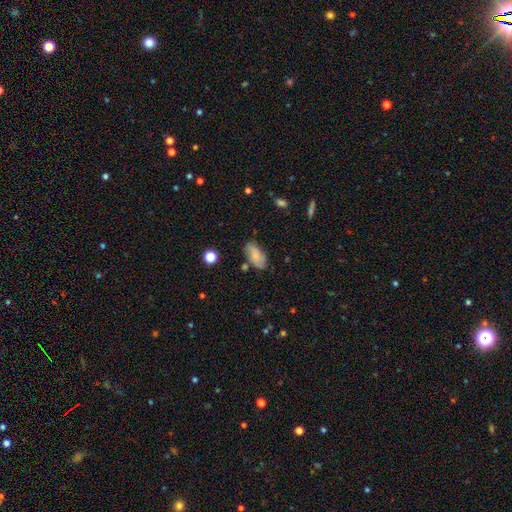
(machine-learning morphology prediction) The model was most divided on "smooth or featured": smooth: 67%, featured or disk: 25%, star or artifact: 9%. More confident: how rounded — in between (90%); merging — none (69%).